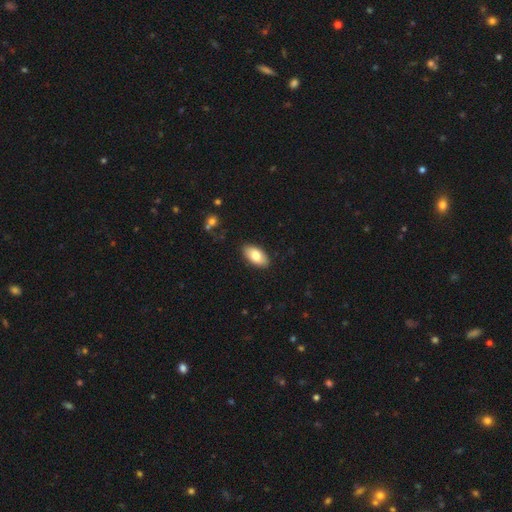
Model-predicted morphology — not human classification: Q: Smooth or featured?
A: smooth (79%); runner-up: featured or disk (14%)
Q: How rounded?
A: in between (94%); runner-up: cigar-shaped (3%)
Q: Merging?
A: none (88%); runner-up: minor disturbance (9%)